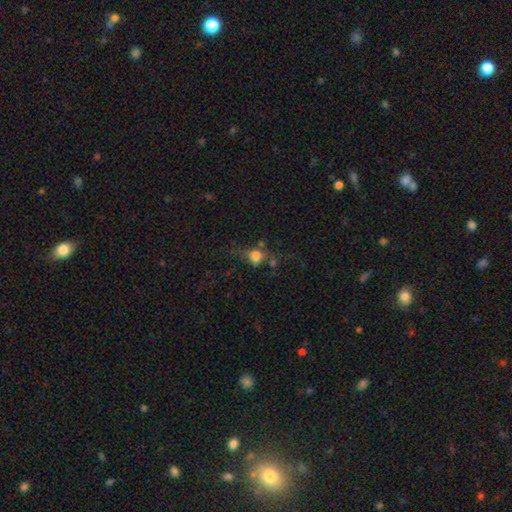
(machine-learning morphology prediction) type=smooth (52%); roundness=in between (50%); merging=none (38%).